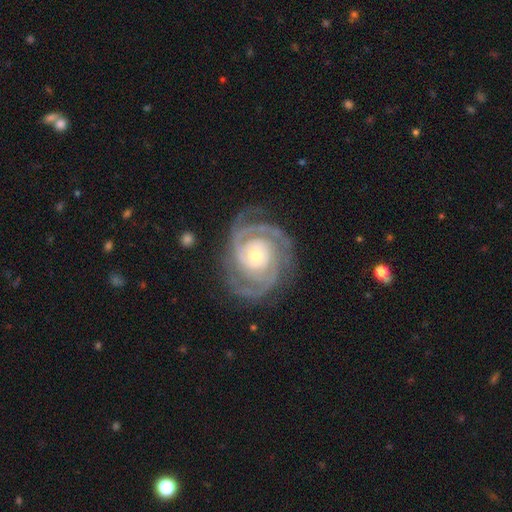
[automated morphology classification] Smooth or featured? featured or disk (92%)
Edge-on disk? no (98%)
Bar? no (74%)
Spiral arms? yes (98%)
Spiral winding? tight (72%)
Spiral arm count? 2 (37%)
Bulge size? moderate (49%)
Merging? none (78%)